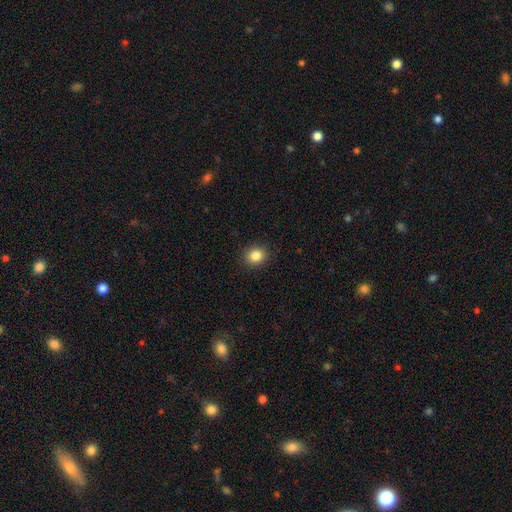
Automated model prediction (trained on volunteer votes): The model was most divided on "how rounded": round: 75%, in between: 24%, cigar-shaped: 1%. More confident: merging — none (90%); smooth or featured — smooth (85%).